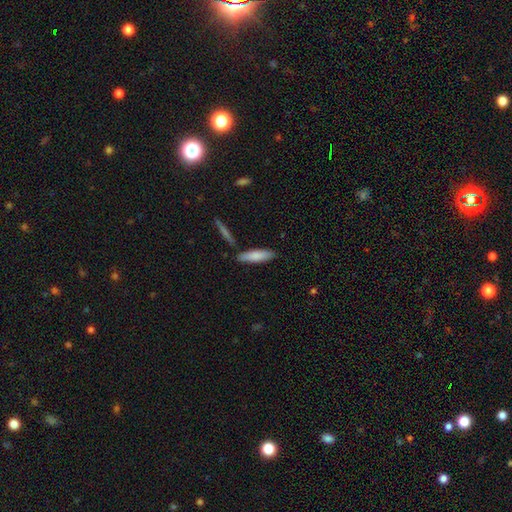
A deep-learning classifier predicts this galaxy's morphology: Smooth or featured? Predicted: smooth (p=0.81). How rounded? Predicted: cigar-shaped (p=0.65). Merging? Predicted: none (p=0.80).